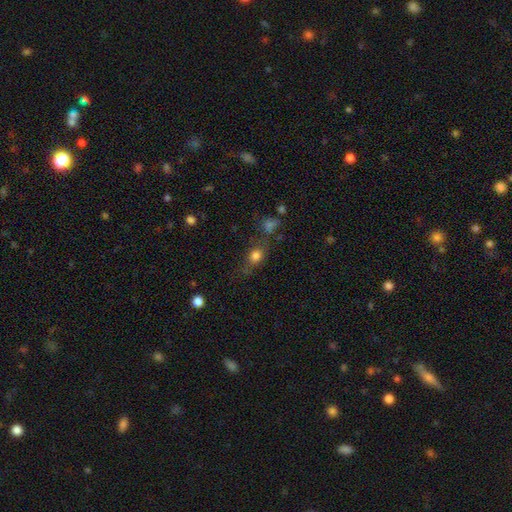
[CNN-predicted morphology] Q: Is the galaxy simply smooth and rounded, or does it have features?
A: smooth — 76%.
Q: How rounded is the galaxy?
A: round — 51%.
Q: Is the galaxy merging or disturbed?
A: none — 58%.